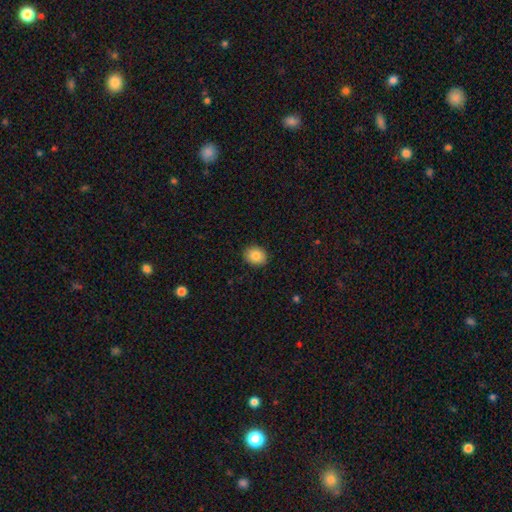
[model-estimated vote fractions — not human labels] Morphology: type=smooth (85%); roundness=round (52%); merging=none (90%).